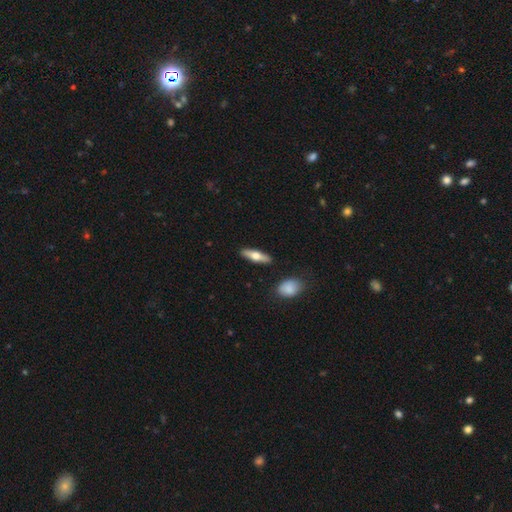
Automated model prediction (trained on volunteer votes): smooth-or-featured: smooth: 51% | featured or disk: 44% | star or artifact: 5%
  how-rounded: cigar-shaped: 59% | in between: 38% | round: 3%
  merging: none: 89% | minor disturbance: 7% | merger: 2% | major disturbance: 2%